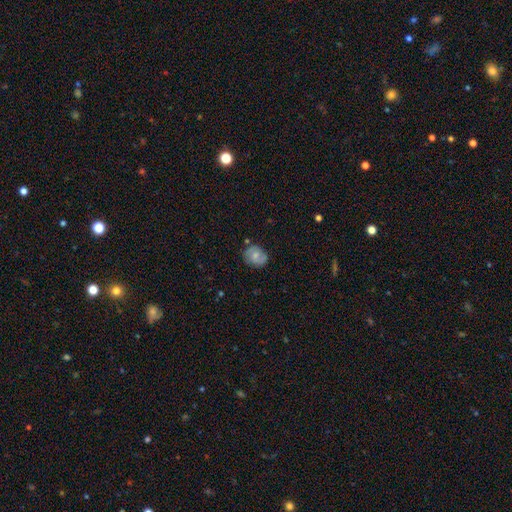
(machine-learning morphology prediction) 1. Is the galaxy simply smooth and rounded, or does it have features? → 47% smooth, 45% featured or disk, 8% star or artifact.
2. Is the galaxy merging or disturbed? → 73% none, 20% minor disturbance, 5% major disturbance, 3% merger.